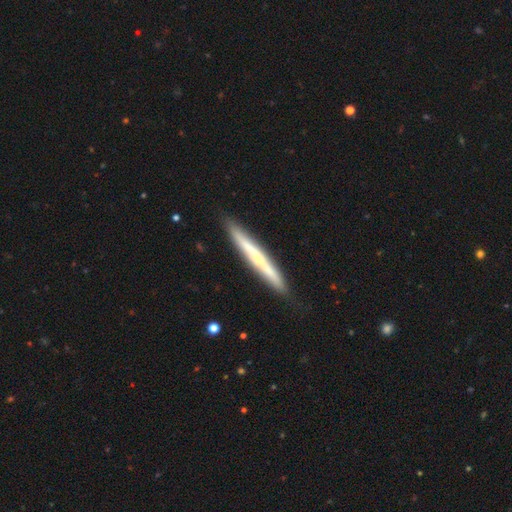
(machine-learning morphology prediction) A featured or disk galaxy (49%).

Vote fractions:
- Smooth or featured? featured or disk: 49% / smooth: 46% / star or artifact: 6%
- Merging? none: 88% / minor disturbance: 9% / major disturbance: 2% / merger: 1%